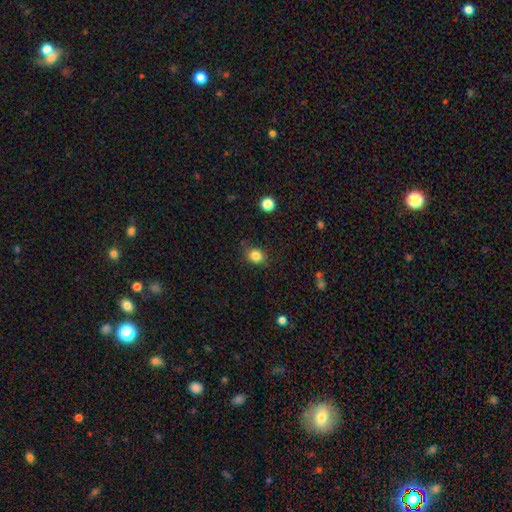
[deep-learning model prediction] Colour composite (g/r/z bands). It shows a smooth galaxy with no disk features (83%) that is round (62%). Merging: none (81%).